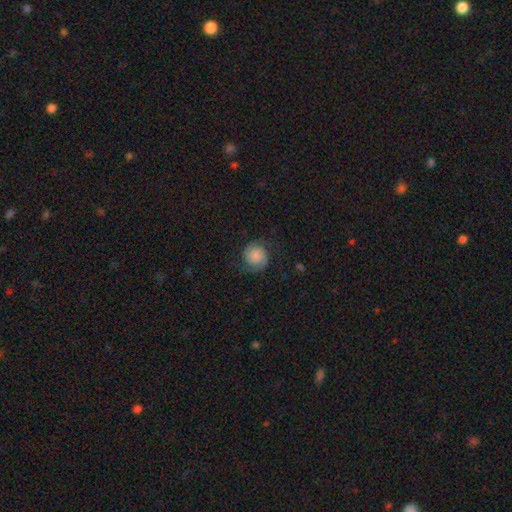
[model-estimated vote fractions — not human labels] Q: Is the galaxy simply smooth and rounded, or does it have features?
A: featured or disk — 58%.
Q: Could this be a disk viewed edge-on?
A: no — 98%.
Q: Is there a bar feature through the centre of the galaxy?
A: no — 75%.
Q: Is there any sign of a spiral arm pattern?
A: yes — 94%.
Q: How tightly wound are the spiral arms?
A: medium — 42%.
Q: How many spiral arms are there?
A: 2 — 90%.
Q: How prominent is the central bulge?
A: small — 33%.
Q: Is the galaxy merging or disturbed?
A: none — 75%.